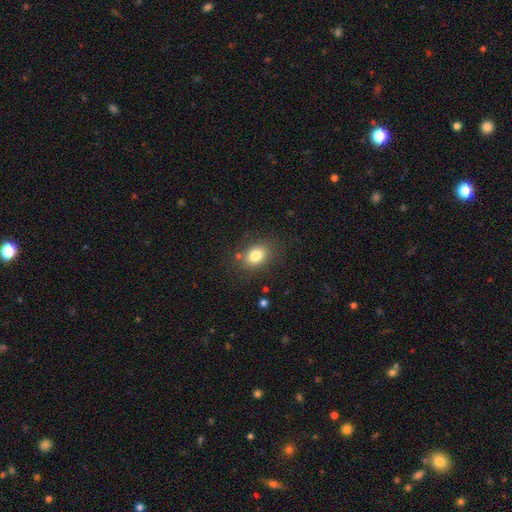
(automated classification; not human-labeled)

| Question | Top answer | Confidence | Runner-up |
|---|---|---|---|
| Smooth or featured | smooth | 81% | star or artifact (10%) |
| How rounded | in between | 64% | round (35%) |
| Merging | none | 80% | minor disturbance (12%) |